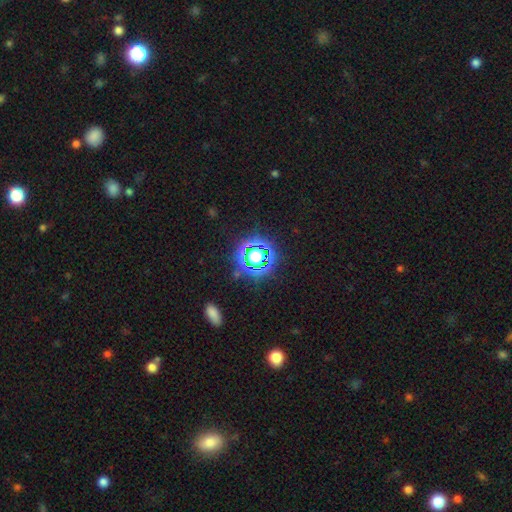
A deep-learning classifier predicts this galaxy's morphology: type=star or artifact (57%).